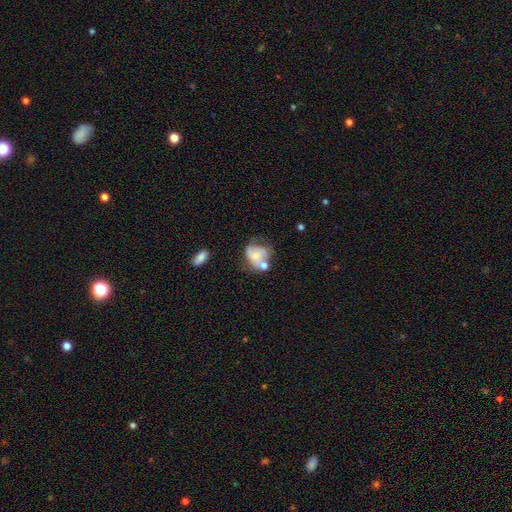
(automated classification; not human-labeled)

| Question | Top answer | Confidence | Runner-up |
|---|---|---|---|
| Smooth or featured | smooth | 46% | tied: featured or disk (46%) |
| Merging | merger | 30% | none (29%) |